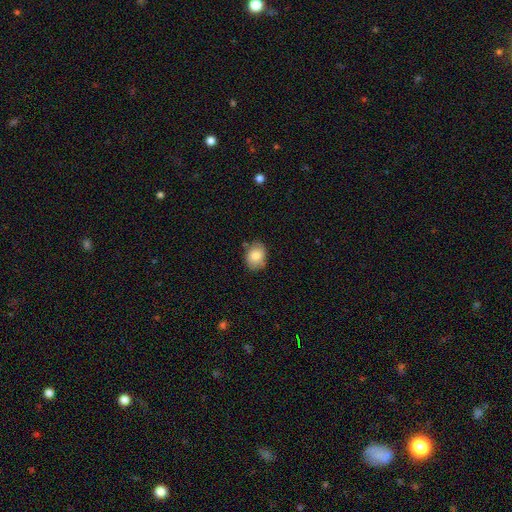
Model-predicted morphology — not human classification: A smooth galaxy with no disk features (82%) that is in between round and cigar-shaped (60%). Merging: none (74%).